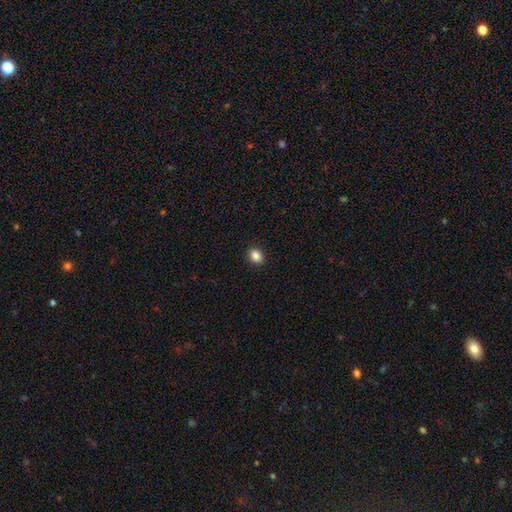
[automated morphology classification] This appears to be a smooth galaxy with no disk features (86%) that is round (50%). Merging: none (91%).